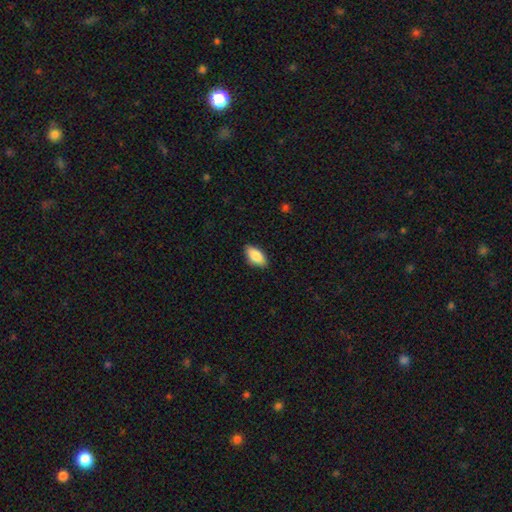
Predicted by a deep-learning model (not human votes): Smooth or featured?
  - smooth: 88% *
  - star or artifact: 6%
  - featured or disk: 6%
How rounded?
  - in between: 91% *
  - cigar-shaped: 6%
  - round: 3%
Merging?
  - none: 86% *
  - minor disturbance: 11%
  - major disturbance: 2%
  - merger: 1%